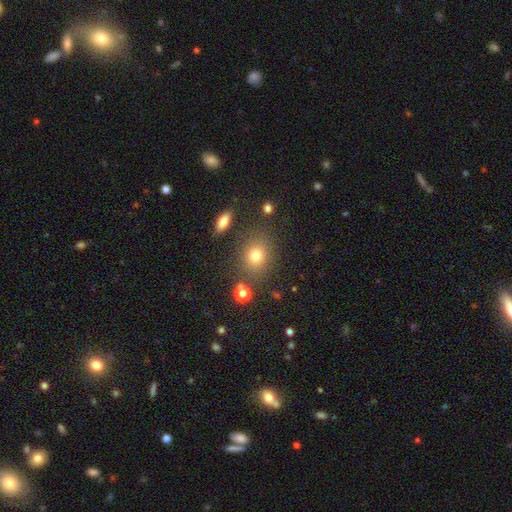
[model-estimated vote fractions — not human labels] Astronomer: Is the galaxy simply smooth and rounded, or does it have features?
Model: smooth — 76%.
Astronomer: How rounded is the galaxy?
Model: round — 69%.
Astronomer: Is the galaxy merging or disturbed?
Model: none — 79%.